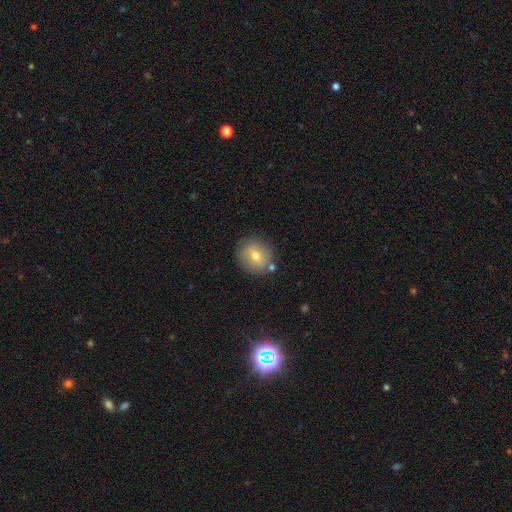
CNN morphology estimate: The model was most divided on "smooth or featured": smooth: 67%, featured or disk: 19%, star or artifact: 14%. More confident: how rounded — round (82%); merging — none (81%).